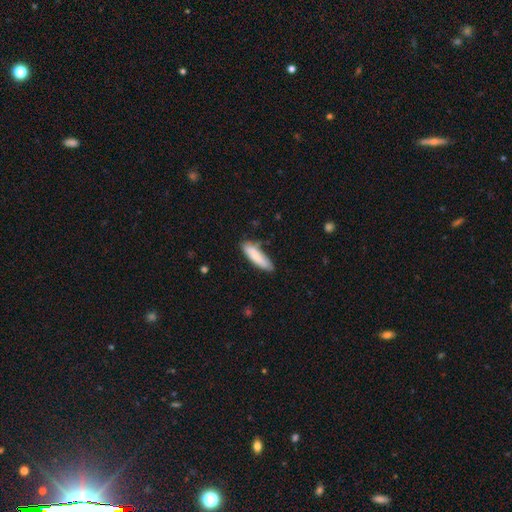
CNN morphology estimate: A smooth galaxy with no disk features (85%) that is cigar-shaped (67%). Merging: none (74%).